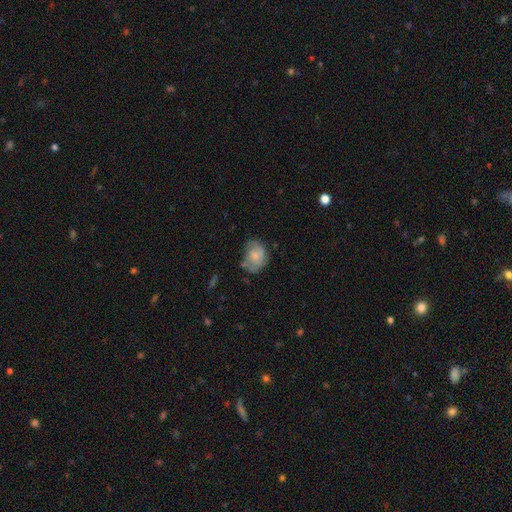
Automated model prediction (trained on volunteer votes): smooth-or-featured: smooth: 58% | featured or disk: 34% | star or artifact: 8%
  how-rounded: in between: 59% | round: 40% | cigar-shaped: 1%
  merging: none: 50% | minor disturbance: 31% | major disturbance: 15% | merger: 5%